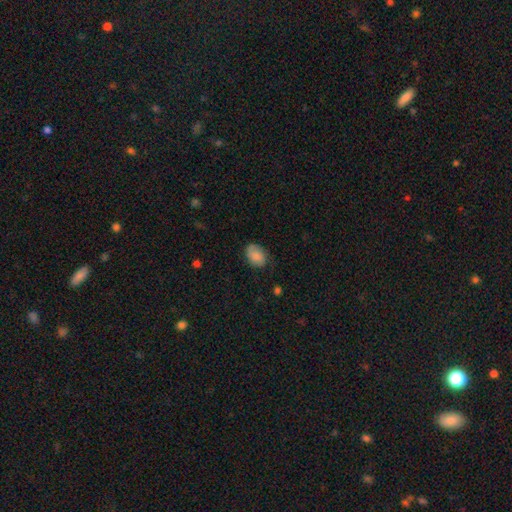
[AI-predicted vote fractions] Overall: smooth (78%). How rounded: in between (79%). Merging: none (69%).